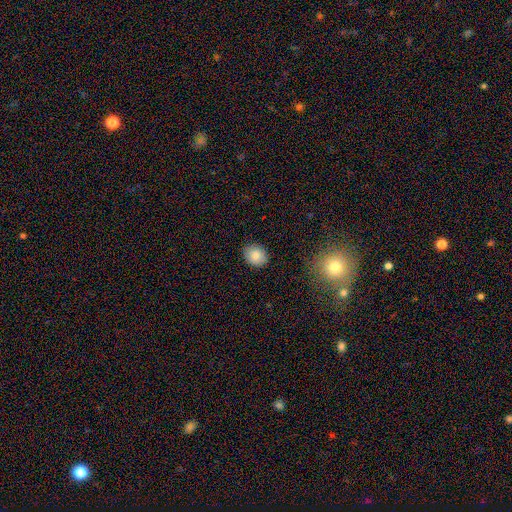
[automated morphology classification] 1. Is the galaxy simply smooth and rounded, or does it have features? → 84% smooth, 9% star or artifact, 7% featured or disk.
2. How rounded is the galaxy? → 60% round, 39% in between, 1% cigar-shaped.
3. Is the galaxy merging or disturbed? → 87% none, 9% minor disturbance, 2% major disturbance, 1% merger.